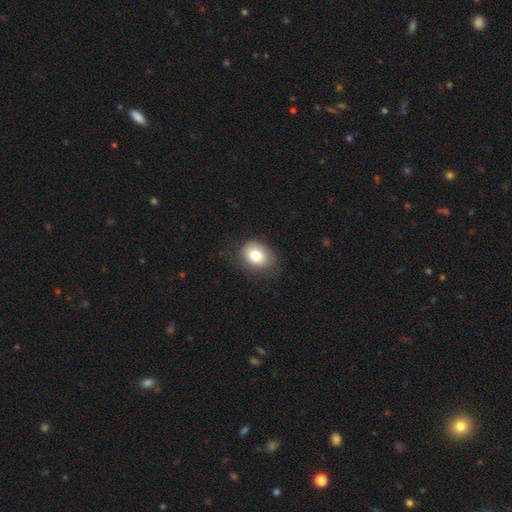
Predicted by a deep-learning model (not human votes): smooth 76%, featured or disk 14%, star or artifact 10%. Down the decision tree: how rounded — in between (58%); merging — none (73%).